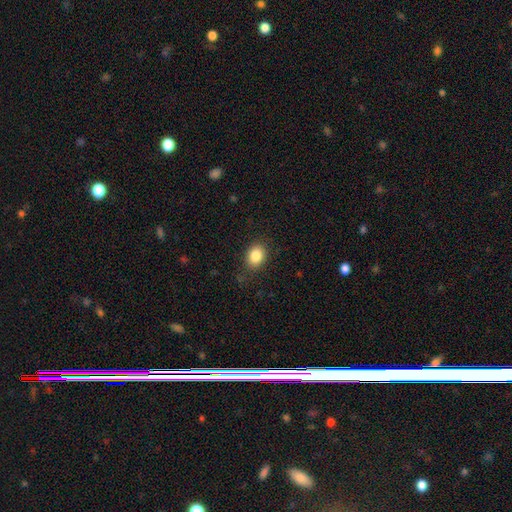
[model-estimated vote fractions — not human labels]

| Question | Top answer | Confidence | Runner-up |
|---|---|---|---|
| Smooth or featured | smooth | 86% | star or artifact (9%) |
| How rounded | in between | 62% | round (37%) |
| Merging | none | 83% | minor disturbance (12%) |